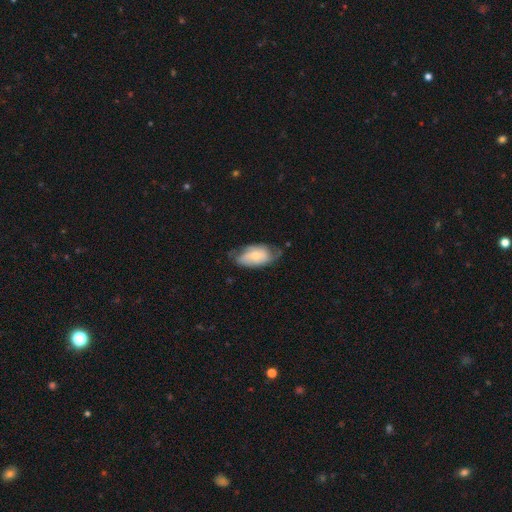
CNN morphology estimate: smooth-or-featured: smooth: 47% (tied) | featured or disk: 47% (tied) | star or artifact: 6%
  merging: none: 52% | minor disturbance: 33% | major disturbance: 13% | merger: 2%